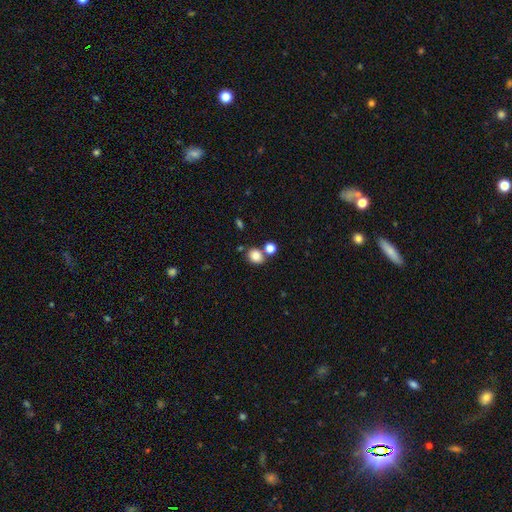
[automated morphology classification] The model was most divided on "how rounded": round: 66%, in between: 33%, cigar-shaped: 1%. More confident: smooth or featured — smooth (83%); merging — none (66%).